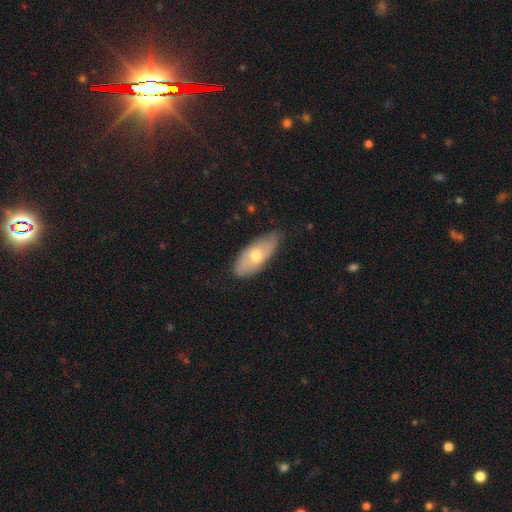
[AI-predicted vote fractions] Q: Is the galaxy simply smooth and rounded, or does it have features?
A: smooth — 57%.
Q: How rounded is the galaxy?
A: in between — 86%.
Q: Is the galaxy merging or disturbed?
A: none — 76%.